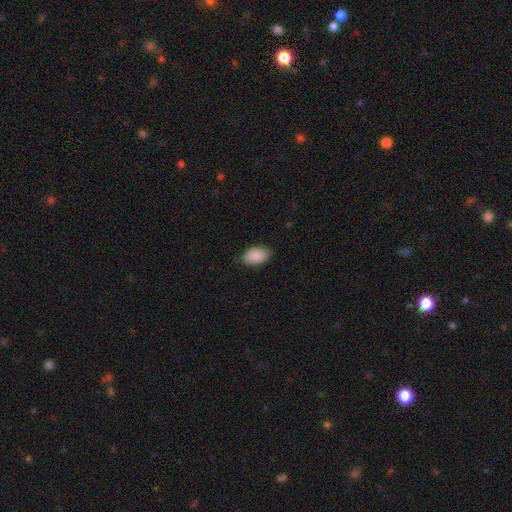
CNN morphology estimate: smooth 83%, featured or disk 10%, star or artifact 6%. Down the decision tree: how rounded — in between (92%); merging — none (83%).